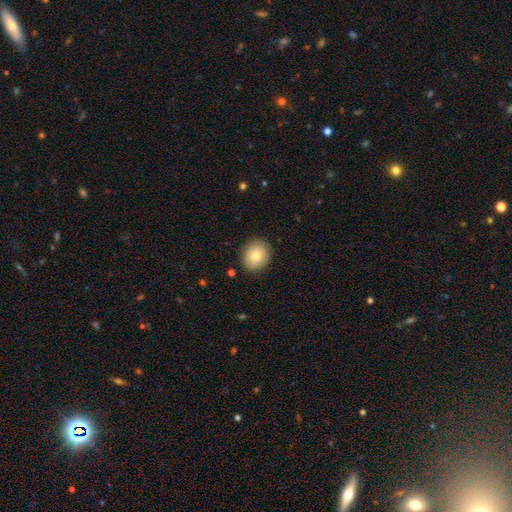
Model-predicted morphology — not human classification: Smooth or featured?
  - smooth: 79% *
  - featured or disk: 12%
  - star or artifact: 8%
How rounded?
  - round: 63% *
  - in between: 36%
  - cigar-shaped: 1%
Merging?
  - none: 88% *
  - minor disturbance: 8%
  - major disturbance: 2%
  - merger: 1%